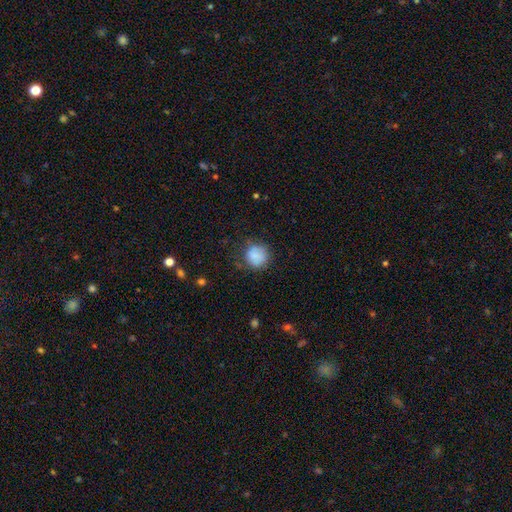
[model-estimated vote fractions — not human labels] This appears to be a smooth galaxy with no disk features (82%) that is round (84%). Merging: none (65%).